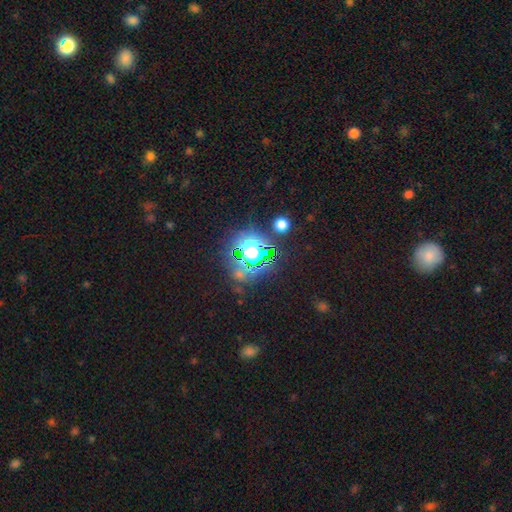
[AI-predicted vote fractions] This is clearly a star or artifact rather than a galaxy (81%).